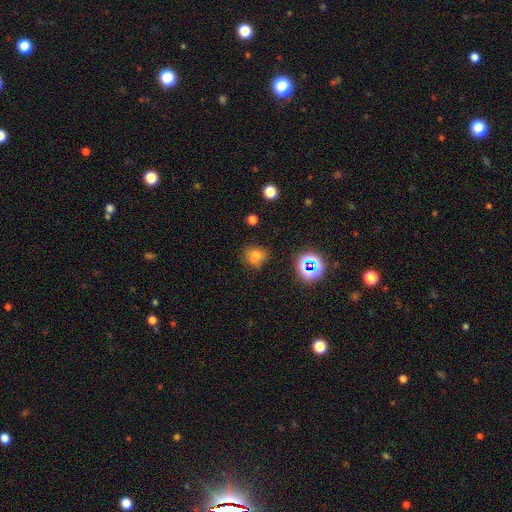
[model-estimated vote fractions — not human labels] smooth 66%, star or artifact 23%, featured or disk 11%. Down the decision tree: how rounded — round (72%); merging — none (64%).